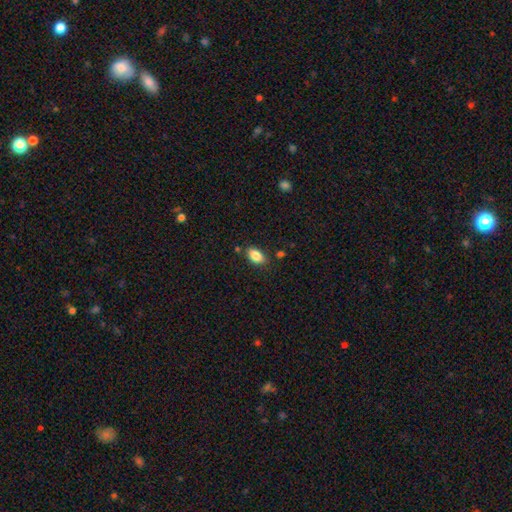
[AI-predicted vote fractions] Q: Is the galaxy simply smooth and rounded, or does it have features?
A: smooth — 86%.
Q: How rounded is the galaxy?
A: in between — 91%.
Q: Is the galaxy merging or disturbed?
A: none — 81%.